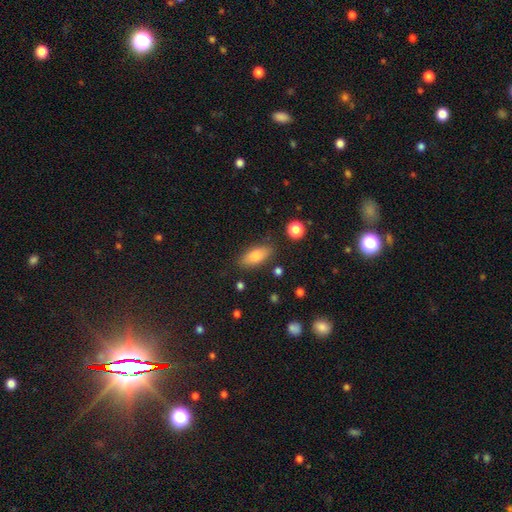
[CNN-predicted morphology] A smooth galaxy with no disk features (79%) that is in between round and cigar-shaped (80%).

Vote fractions:
- Smooth or featured? smooth: 79% / featured or disk: 12% / star or artifact: 9%
- How rounded? in between: 80% / cigar-shaped: 16% / round: 3%
- Merging? none: 82% / minor disturbance: 12% / major disturbance: 3% / merger: 2%